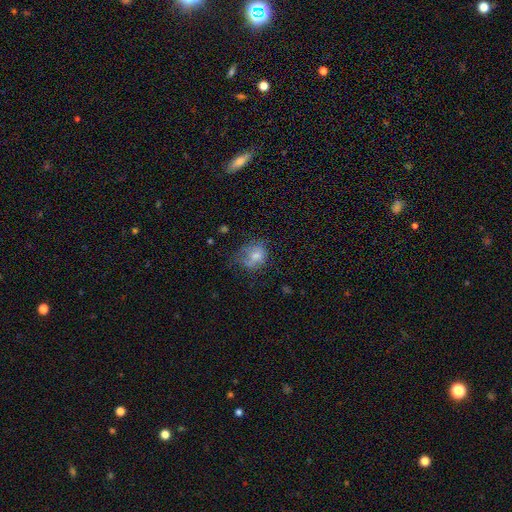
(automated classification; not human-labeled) Smooth or featured: smooth — 56% (featured or disk — 29%)
How rounded: round — 56% (in between — 43%)
Merging: none — 46% (minor disturbance — 28%)